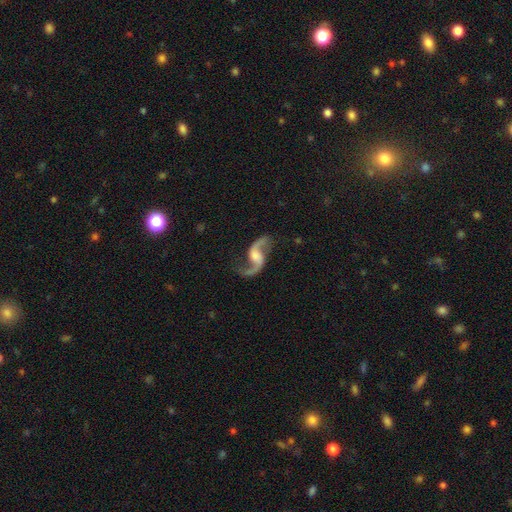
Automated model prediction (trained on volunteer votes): The model was most divided on "bar": no: 46%, weak: 39%, strong: 14%. Remaining: spiral arms — yes (98%); edge-on disk — no (98%); spiral arm count — 2 (94%); smooth or featured — featured or disk (92%); spiral winding — loose (79%); merging — none (79%); bulge size — moderate (37%).